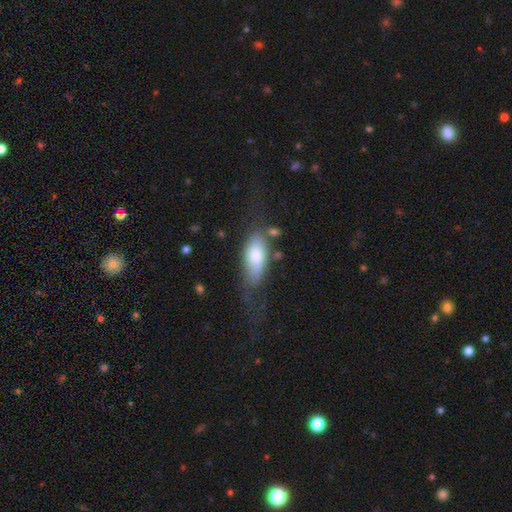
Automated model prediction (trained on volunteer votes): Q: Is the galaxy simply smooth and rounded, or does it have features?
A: smooth — 74%.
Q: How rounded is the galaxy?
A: in between — 84%.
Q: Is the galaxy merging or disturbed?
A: none — 42%.